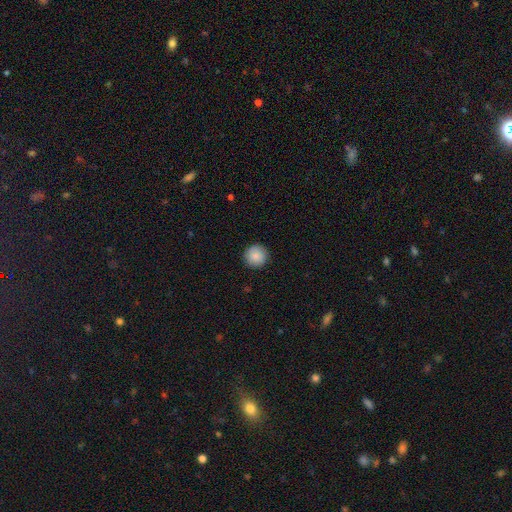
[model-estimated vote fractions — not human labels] The model was most divided on "smooth or featured": smooth: 88%, star or artifact: 8%, featured or disk: 5%. More confident: how rounded — round (95%); merging — none (91%).